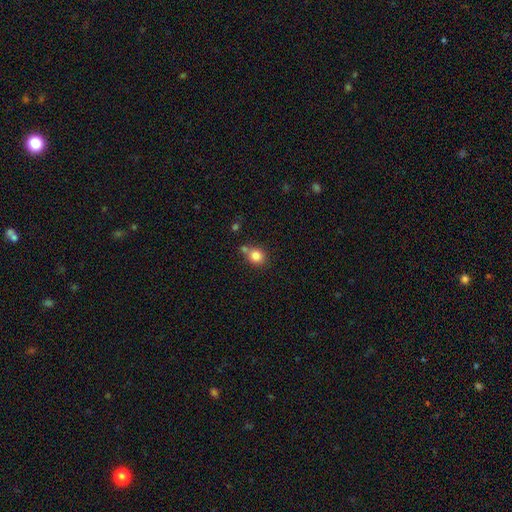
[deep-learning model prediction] Smooth or featured? smooth (83%)
How rounded? round (74%)
Merging? none (59%)